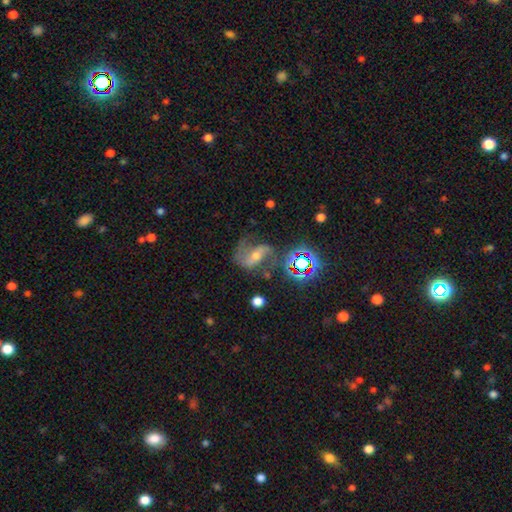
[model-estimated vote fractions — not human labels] Smooth or featured? Predicted: featured or disk (p=0.72). Edge-on disk? Predicted: no (p=0.95). Bar? Predicted: strong (p=0.45). Spiral arms? Predicted: yes (p=0.92). Spiral winding? Predicted: loose (p=0.53). Spiral arm count? Predicted: 2 (p=0.86). Bulge size? Predicted: moderate (p=0.54). Merging? Predicted: none (p=0.63).